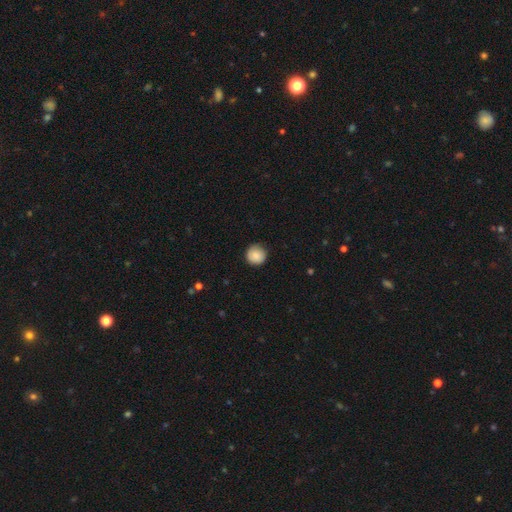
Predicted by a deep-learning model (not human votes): The model was most divided on "merging": none: 86%, minor disturbance: 11%, major disturbance: 2%, merger: 1%. More confident: how rounded — round (95%); smooth or featured — smooth (87%).